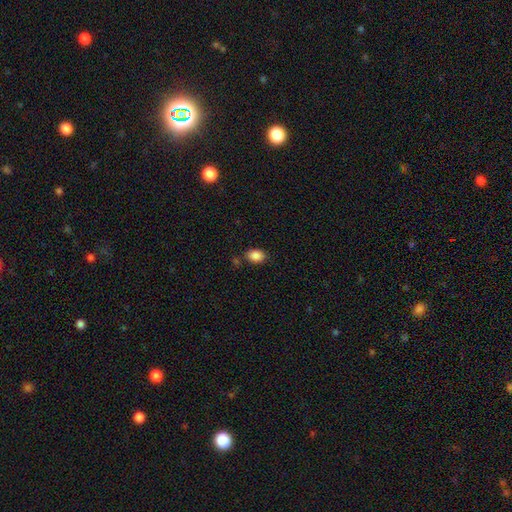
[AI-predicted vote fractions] A smooth galaxy with no disk features (87%) that is in between round and cigar-shaped (72%).

Vote fractions:
- Smooth or featured? smooth: 87% / star or artifact: 9% / featured or disk: 4%
- How rounded? in between: 72% / round: 27% / cigar-shaped: 1%
- Merging? none: 77% / minor disturbance: 13% / merger: 6% / major disturbance: 3%